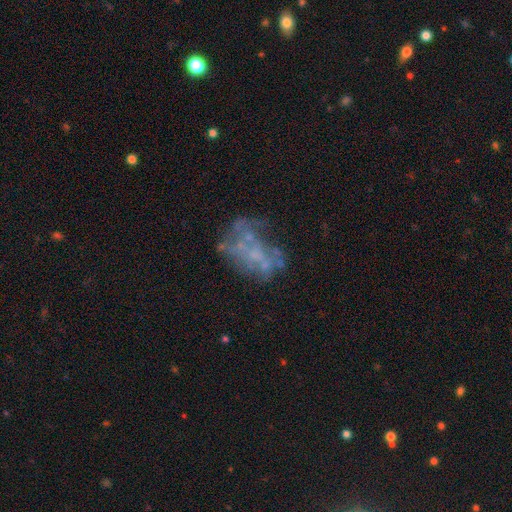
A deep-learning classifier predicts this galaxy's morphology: The model was most divided on "merging": none: 45%, major disturbance: 27%, minor disturbance: 18%, merger: 11%. More confident: edge-on disk — no (98%); bar — no (89%); spiral arms — no (88%); bulge size — none (70%); smooth or featured — featured or disk (66%).